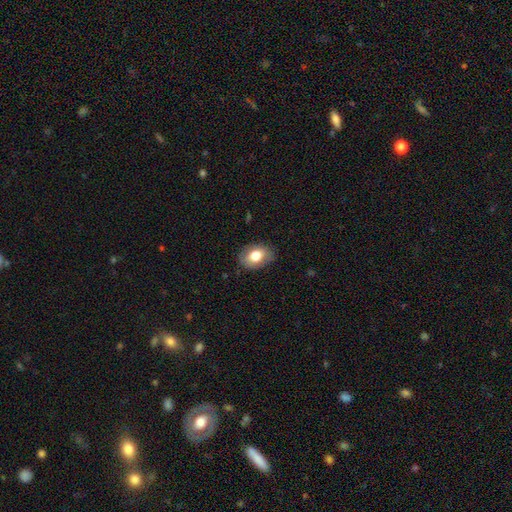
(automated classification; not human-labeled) Smooth or featured? Predicted: smooth (p=0.76). How rounded? Predicted: in between (p=0.81). Merging? Predicted: none (p=0.82).